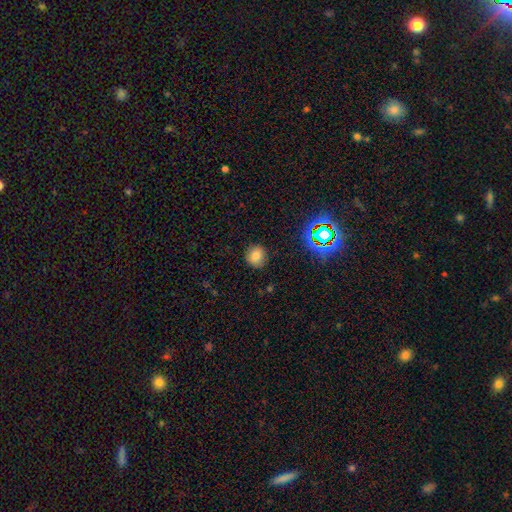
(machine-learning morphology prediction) Q: Smooth or featured?
A: smooth (76%); runner-up: star or artifact (16%)
Q: How rounded?
A: round (89%); runner-up: in between (10%)
Q: Merging?
A: none (88%); runner-up: minor disturbance (8%)